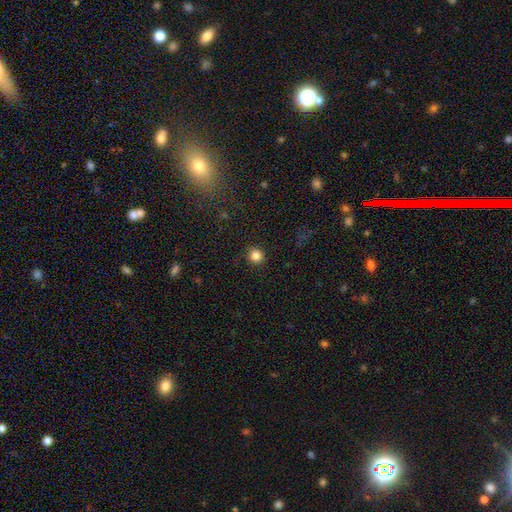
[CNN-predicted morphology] Smooth or featured? Predicted: smooth (p=0.84). How rounded? Predicted: round (p=0.94). Merging? Predicted: none (p=0.91).